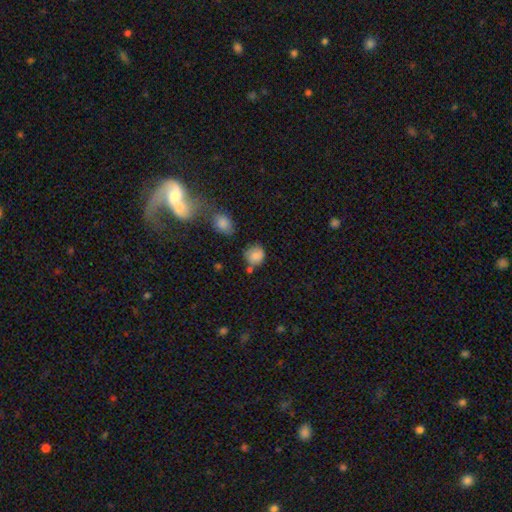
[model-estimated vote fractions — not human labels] A smooth galaxy with no disk features (74%) that is round (73%). Merging: none (54%).